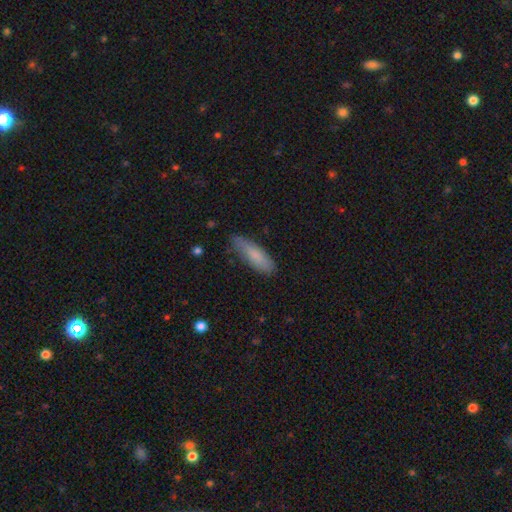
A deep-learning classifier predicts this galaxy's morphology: A smooth galaxy with no disk features (80%) that is cigar-shaped (54%).

Vote fractions:
- Smooth or featured? smooth: 80% / featured or disk: 15% / star or artifact: 6%
- How rounded? cigar-shaped: 54% / in between: 44% / round: 2%
- Merging? none: 76% / minor disturbance: 19% / major disturbance: 3% / merger: 1%